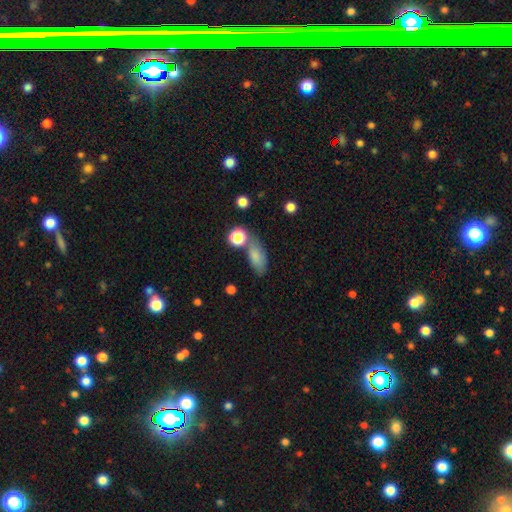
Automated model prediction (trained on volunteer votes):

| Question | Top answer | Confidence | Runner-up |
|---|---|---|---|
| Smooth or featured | smooth | 79% | featured or disk (10%) |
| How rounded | in between | 81% | cigar-shaped (11%) |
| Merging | none | 59% | minor disturbance (19%) |